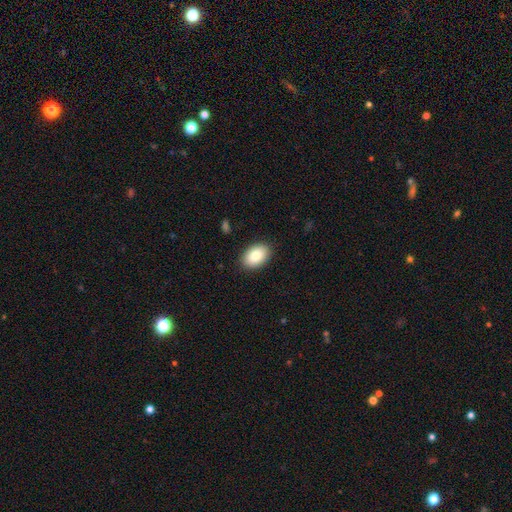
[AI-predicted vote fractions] smooth_or_featured: smooth (p=0.85) [alt: featured or disk p=0.09]
how_rounded: in between (p=0.89) [alt: round p=0.10]
merging: none (p=0.89) [alt: minor disturbance p=0.08]